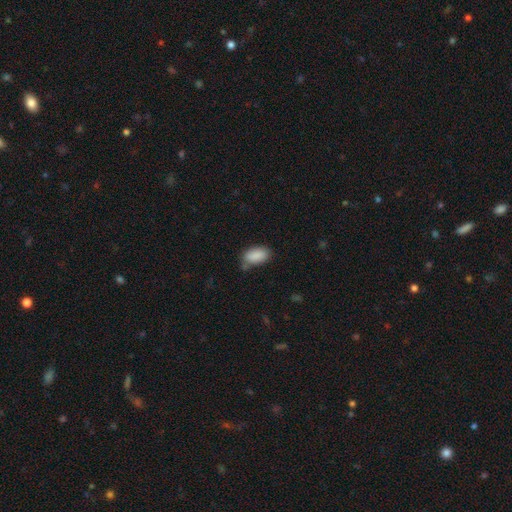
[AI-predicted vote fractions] Smooth or featured? smooth (88%)
How rounded? in between (93%)
Merging? none (66%)